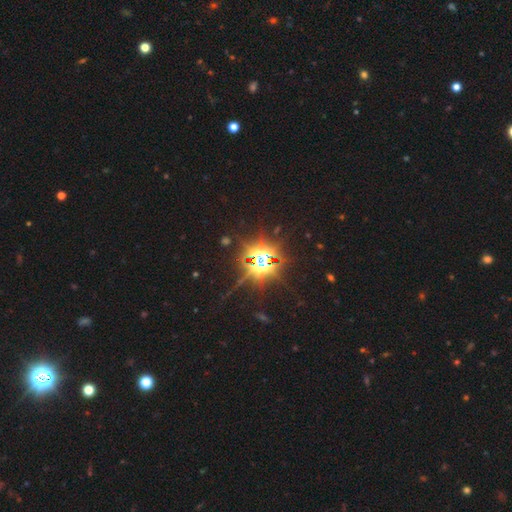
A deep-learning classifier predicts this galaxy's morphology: star or artifact 82%, featured or disk 10%, smooth 8%.